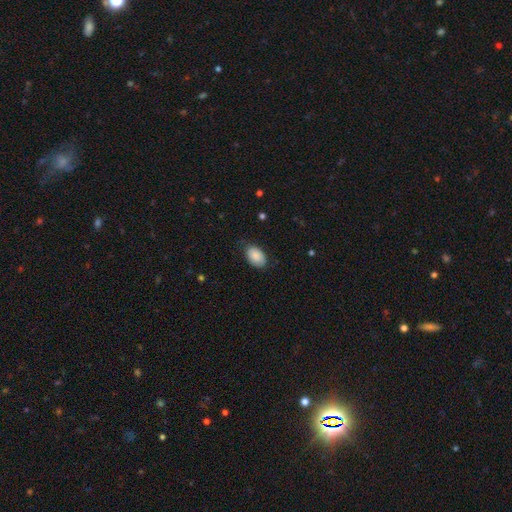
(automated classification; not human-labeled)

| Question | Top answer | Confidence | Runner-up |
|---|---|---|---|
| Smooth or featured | smooth | 85% | featured or disk (9%) |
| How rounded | in between | 90% | round (9%) |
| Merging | none | 73% | minor disturbance (21%) |